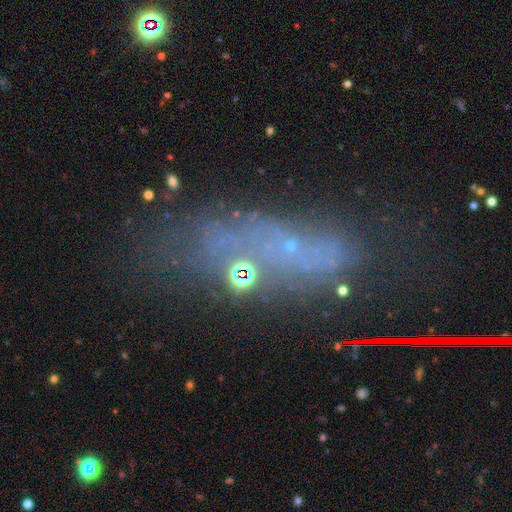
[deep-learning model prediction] Smooth or featured? Predicted: star or artifact (p=0.40).